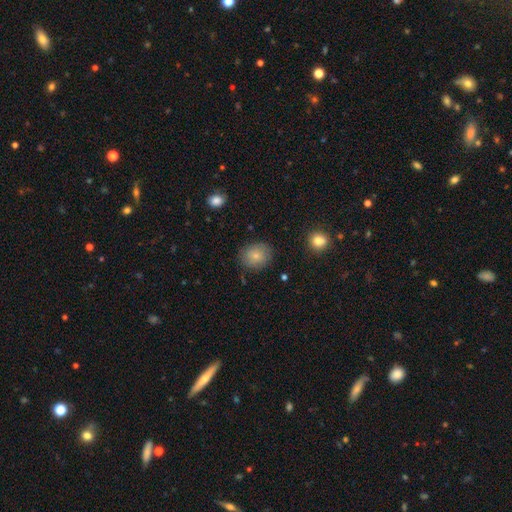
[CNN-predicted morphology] Smooth or featured?
  - smooth: 80% *
  - featured or disk: 11%
  - star or artifact: 9%
How rounded?
  - round: 65% *
  - in between: 34%
  - cigar-shaped: 1%
Merging?
  - none: 82% *
  - minor disturbance: 13%
  - major disturbance: 4%
  - merger: 2%